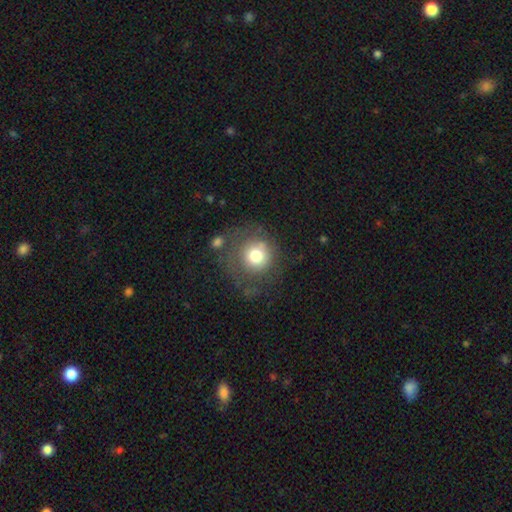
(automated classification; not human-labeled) Smooth or featured? Predicted: smooth (p=0.72). How rounded? Predicted: round (p=0.92). Merging? Predicted: none (p=0.60).